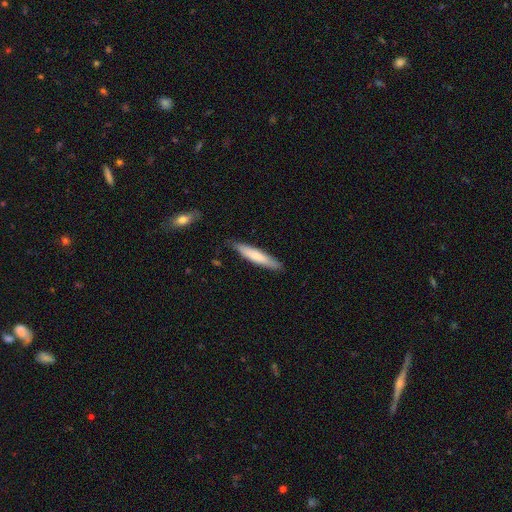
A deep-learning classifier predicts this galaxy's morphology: Smooth or featured? Predicted: smooth (p=0.72). How rounded? Predicted: cigar-shaped (p=0.87). Merging? Predicted: none (p=0.85).